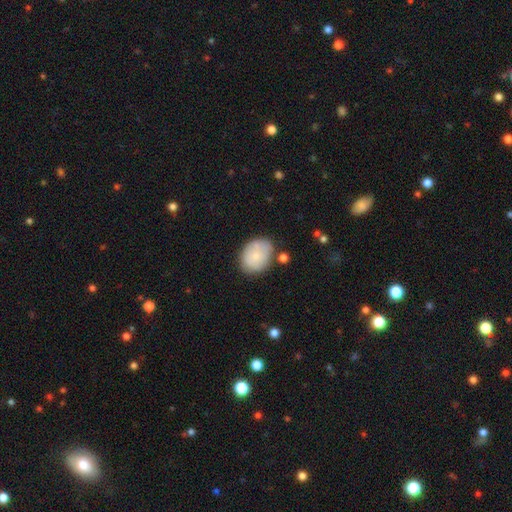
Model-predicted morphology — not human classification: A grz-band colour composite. It shows a smooth galaxy with no disk features (75%) that is in between round and cigar-shaped (64%). Merging: none (64%).